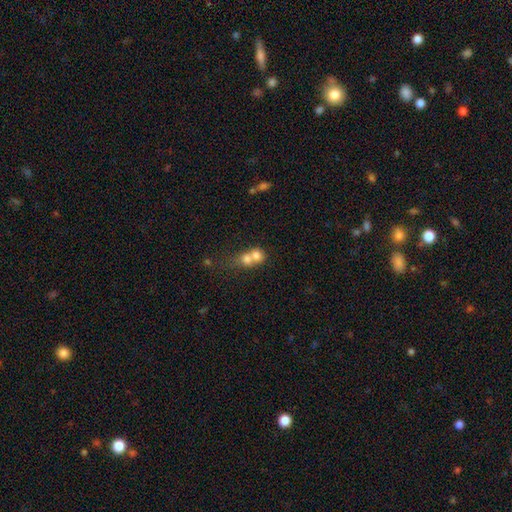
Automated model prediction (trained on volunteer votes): smooth 71%, featured or disk 19%, star or artifact 10%. Down the decision tree: how rounded — round (72%); merging — merger (70%).